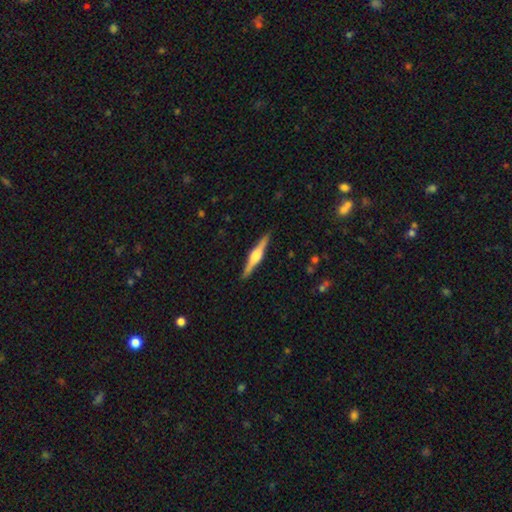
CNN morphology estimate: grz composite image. It shows a featured or disk galaxy (75%) viewed edge-on (98%) with a rounded central bulge (80%). Merging: none (91%).